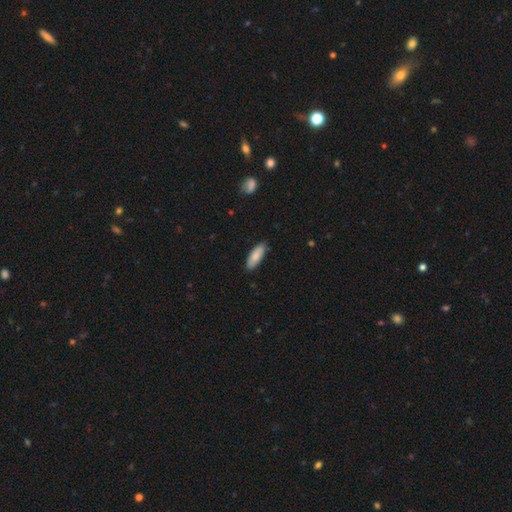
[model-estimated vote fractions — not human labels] Morphology: type=smooth (86%); roundness=in between (71%); merging=none (83%).